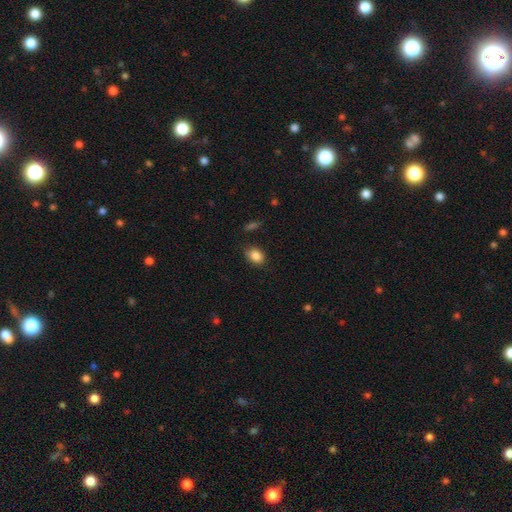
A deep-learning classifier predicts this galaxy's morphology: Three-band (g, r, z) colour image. It shows a smooth galaxy with no disk features (87%) that is in between round and cigar-shaped (71%). Merging: none (83%).